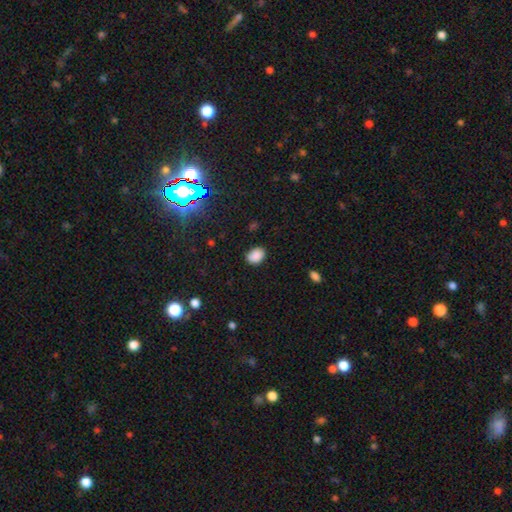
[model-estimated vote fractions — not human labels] A smooth galaxy with no disk features (86%) that is in between round and cigar-shaped (67%). Merging: none (80%).